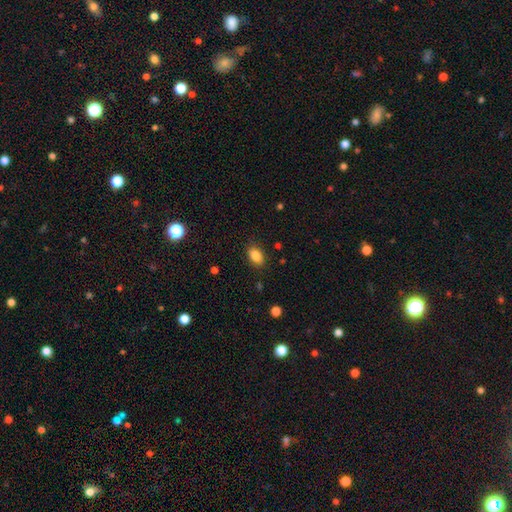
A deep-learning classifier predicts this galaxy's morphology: Smooth or featured: smooth — 86% (star or artifact — 9%)
How rounded: in between — 87% (round — 11%)
Merging: none — 86% (minor disturbance — 10%)